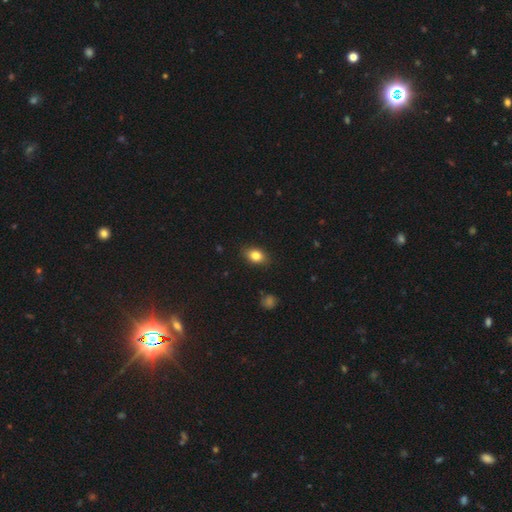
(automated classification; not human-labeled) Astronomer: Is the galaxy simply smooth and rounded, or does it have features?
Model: smooth — 82%.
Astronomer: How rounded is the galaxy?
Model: in between — 79%.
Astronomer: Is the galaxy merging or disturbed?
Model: none — 86%.